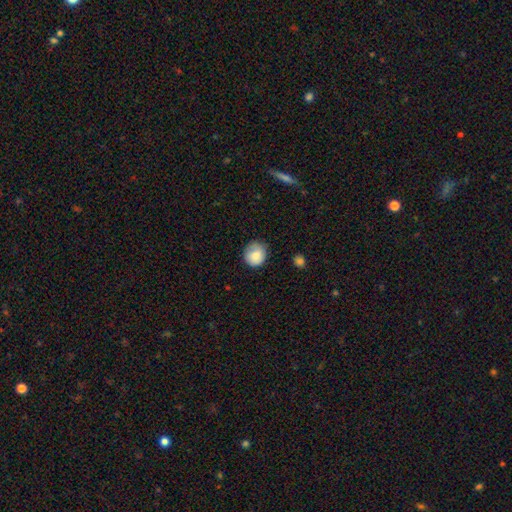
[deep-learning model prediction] Smooth or featured?
  - smooth: 81% *
  - featured or disk: 11%
  - star or artifact: 8%
How rounded?
  - round: 87% *
  - in between: 12%
  - cigar-shaped: 1%
Merging?
  - none: 74% *
  - minor disturbance: 20%
  - major disturbance: 4%
  - merger: 1%